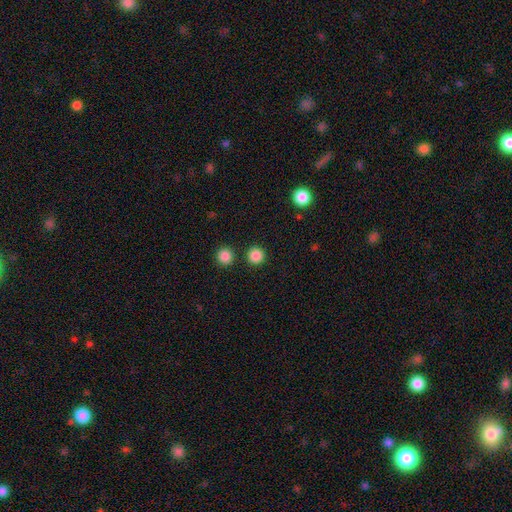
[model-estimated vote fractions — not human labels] A smooth galaxy with no disk features (85%) that is round (95%).

Vote fractions:
- Smooth or featured? smooth: 85% / star or artifact: 12% / featured or disk: 3%
- How rounded? round: 95% / in between: 4% / cigar-shaped: 1%
- Merging? none: 89% / minor disturbance: 5% / merger: 4% / major disturbance: 2%